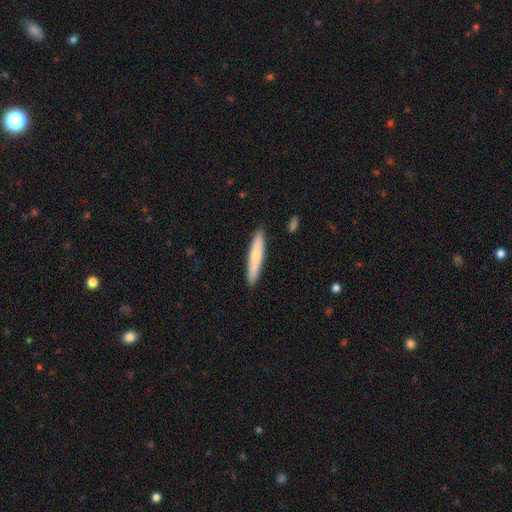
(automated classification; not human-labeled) Q: Smooth or featured?
A: smooth (66%); runner-up: featured or disk (29%)
Q: How rounded?
A: cigar-shaped (92%); runner-up: in between (7%)
Q: Merging?
A: none (89%); runner-up: minor disturbance (8%)